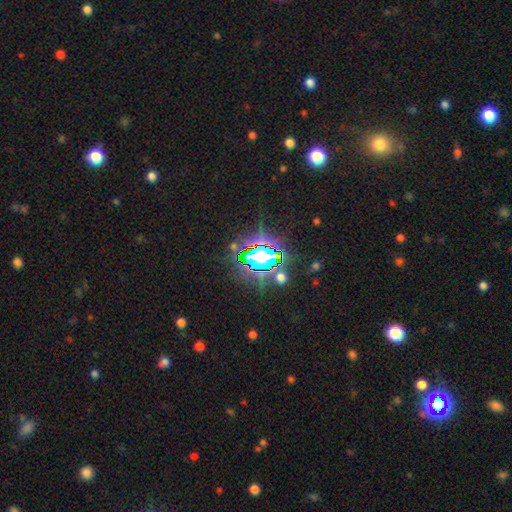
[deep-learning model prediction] Smooth or featured?
  - star or artifact: 80% *
  - smooth: 12%
  - featured or disk: 8%